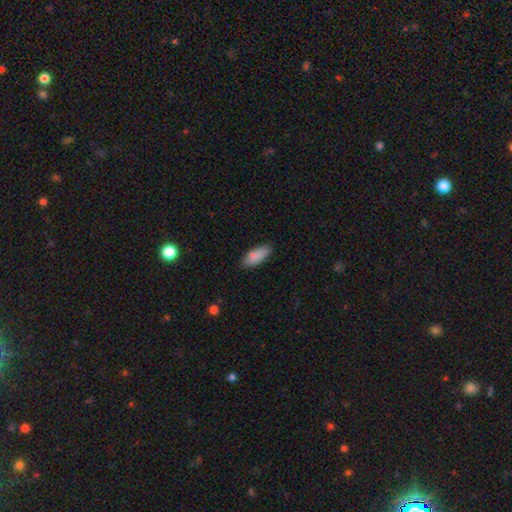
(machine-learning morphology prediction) smooth_or_featured: smooth (p=0.86) [alt: featured or disk p=0.07]
how_rounded: in between (p=0.79) [alt: cigar-shaped p=0.19]
merging: none (p=0.84) [alt: minor disturbance p=0.13]